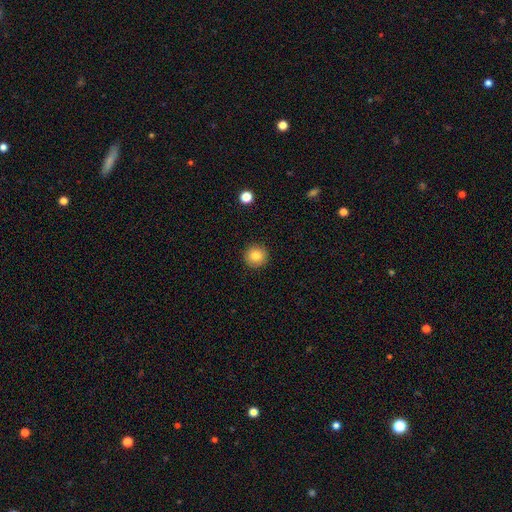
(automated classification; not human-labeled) smooth_or_featured: smooth (p=0.84) [alt: star or artifact p=0.09]
how_rounded: round (p=0.95) [alt: in between p=0.04]
merging: none (p=0.92) [alt: minor disturbance p=0.05]